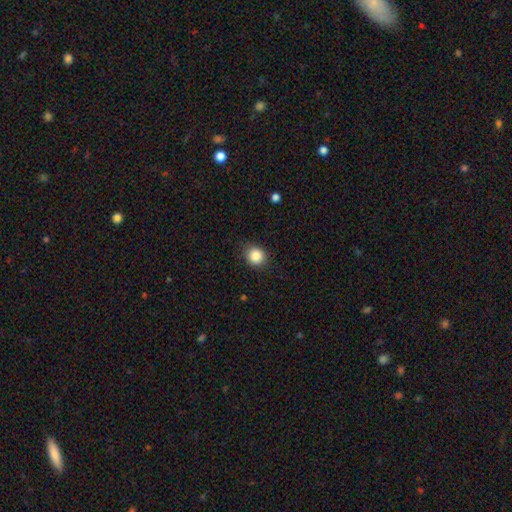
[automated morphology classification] Smooth or featured?
  - smooth: 86% *
  - star or artifact: 10%
  - featured or disk: 4%
How rounded?
  - round: 80% *
  - in between: 20%
  - cigar-shaped: 1%
Merging?
  - none: 85% *
  - minor disturbance: 11%
  - major disturbance: 3%
  - merger: 1%